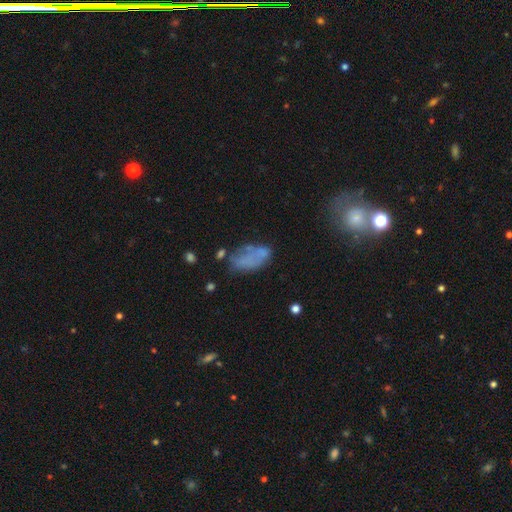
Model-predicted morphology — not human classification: smooth_or_featured: smooth (p=0.59) [alt: featured or disk p=0.30]
how_rounded: in between (p=0.91) [alt: cigar-shaped p=0.05]
merging: none (p=0.42) [alt: minor disturbance p=0.25]